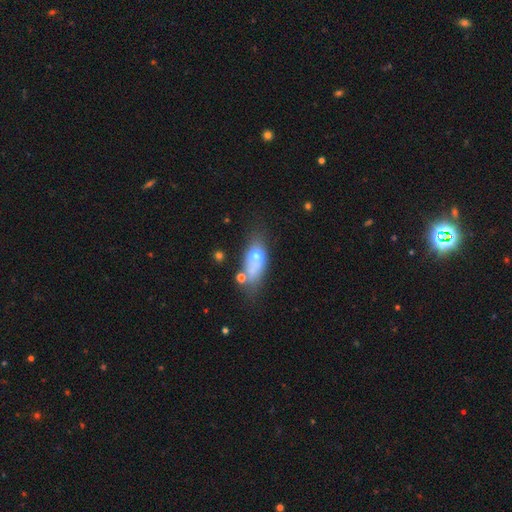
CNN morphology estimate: This appears to be a smooth galaxy with no disk features (61%) that is in between round and cigar-shaped (76%). Merging: none (41%).